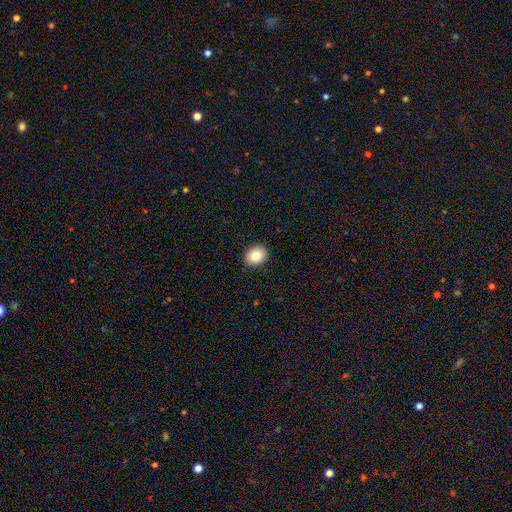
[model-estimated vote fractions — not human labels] Q: Smooth or featured?
A: smooth (83%); runner-up: star or artifact (9%)
Q: How rounded?
A: round (68%); runner-up: in between (31%)
Q: Merging?
A: none (92%); runner-up: minor disturbance (6%)